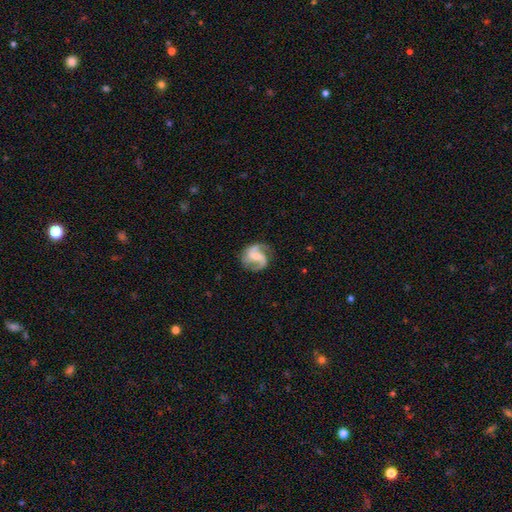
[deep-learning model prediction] Morphology: type=featured or disk (87%); edge-on=no (98%); bar=weak (43%); spiral arms=yes (97%); winding=medium (53%); arm count=2 (90%); bulge=small (52%); merging=none (76%).